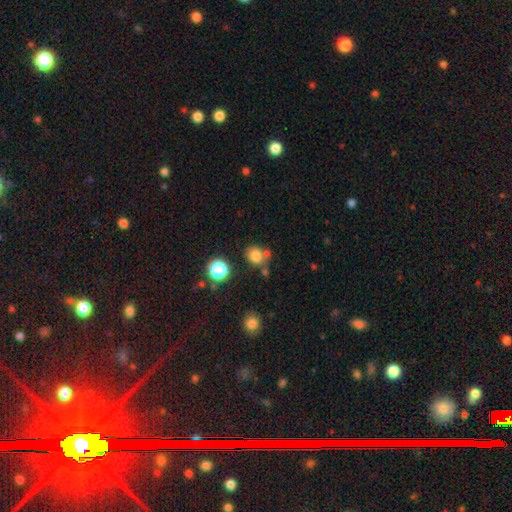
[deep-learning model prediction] A smooth galaxy with no disk features (78%) that is round (66%).

Vote fractions:
- Smooth or featured? smooth: 78% / star or artifact: 15% / featured or disk: 7%
- How rounded? round: 66% / in between: 33% / cigar-shaped: 1%
- Merging? none: 63% / merger: 18% / minor disturbance: 14% / major disturbance: 5%